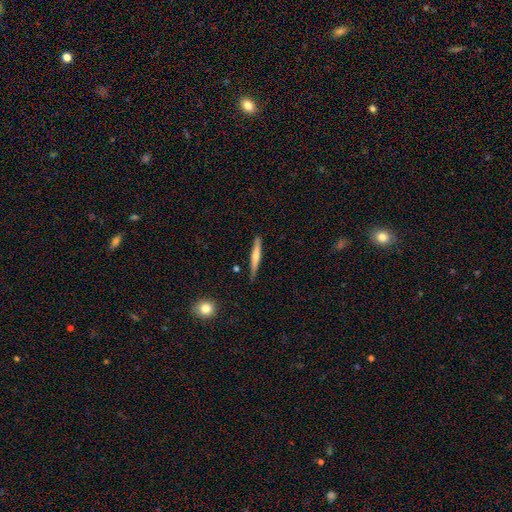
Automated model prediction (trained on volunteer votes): Smooth or featured? Predicted: smooth (p=0.47, tied with featured or disk). Merging? Predicted: none (p=0.84).